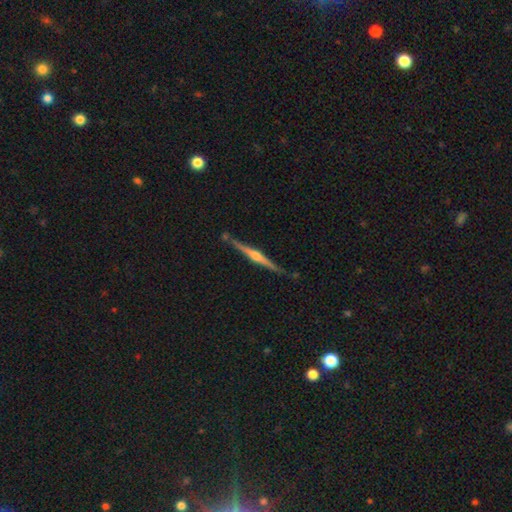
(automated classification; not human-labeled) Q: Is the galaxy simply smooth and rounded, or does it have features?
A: featured or disk — 80%.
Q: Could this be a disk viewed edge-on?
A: yes — 98%.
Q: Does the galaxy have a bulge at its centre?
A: rounded — 89%.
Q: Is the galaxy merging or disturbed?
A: none — 81%.